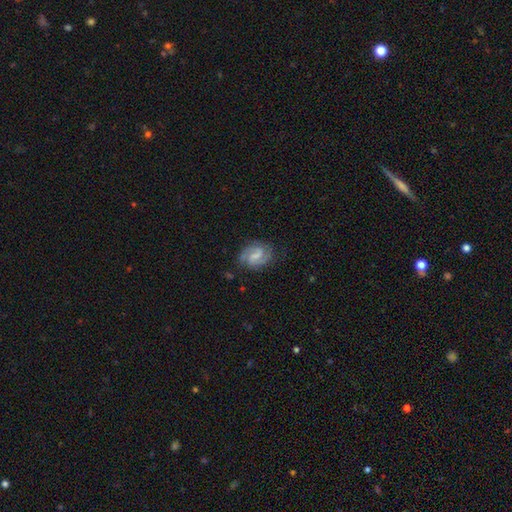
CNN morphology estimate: Q: Smooth or featured?
A: featured or disk (82%); runner-up: smooth (12%)
Q: Edge-on disk?
A: no (98%); runner-up: yes (2%)
Q: Bar?
A: weak (57%); runner-up: strong (25%)
Q: Spiral arms?
A: yes (96%); runner-up: no (4%)
Q: Spiral winding?
A: medium (51%); runner-up: tight (35%)
Q: Spiral arm count?
A: 2 (86%); runner-up: can't tell (5%)
Q: Bulge size?
A: small (42%); runner-up: none (29%)
Q: Merging?
A: none (78%); runner-up: minor disturbance (15%)